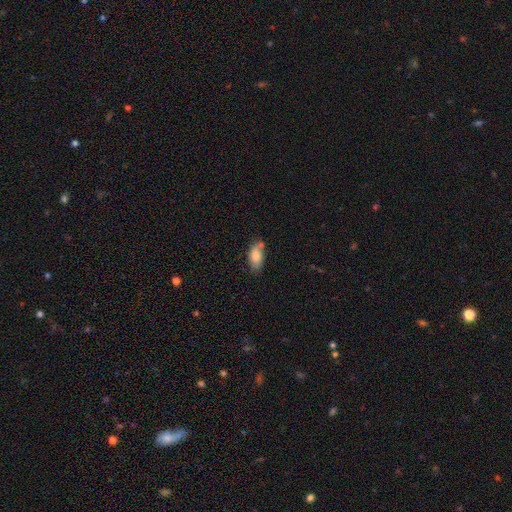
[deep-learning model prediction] Morphology: type=smooth (80%); roundness=in between (90%); merging=none (63%).